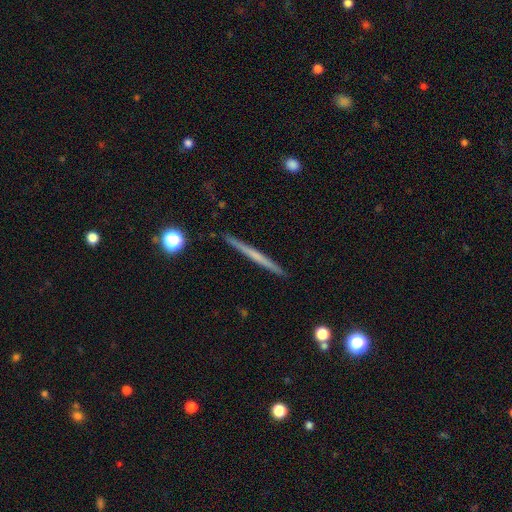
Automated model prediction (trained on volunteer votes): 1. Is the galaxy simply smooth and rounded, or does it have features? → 54% featured or disk, 39% smooth, 6% star or artifact.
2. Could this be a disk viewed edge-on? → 98% yes, 2% no.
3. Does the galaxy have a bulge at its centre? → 83% none, 13% rounded, 4% boxy.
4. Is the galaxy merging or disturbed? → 92% none, 6% minor disturbance, 1% major disturbance, 1% merger.